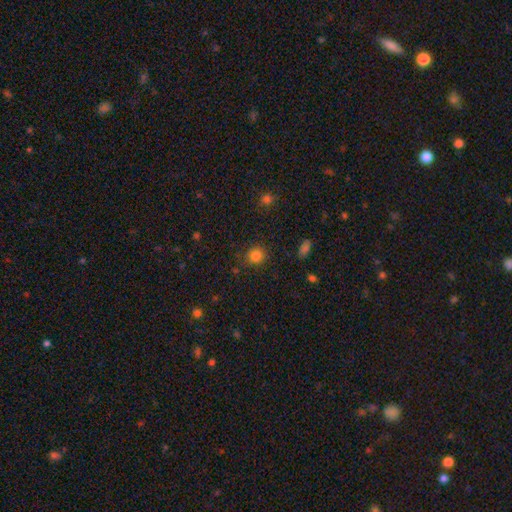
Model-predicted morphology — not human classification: Overall: smooth (82%). How rounded: round (83%). Merging: none (83%).